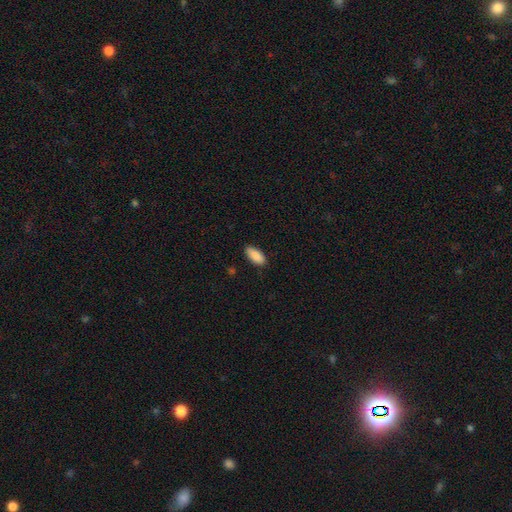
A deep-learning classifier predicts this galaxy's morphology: Smooth or featured? smooth (89%)
How rounded? in between (86%)
Merging? none (87%)